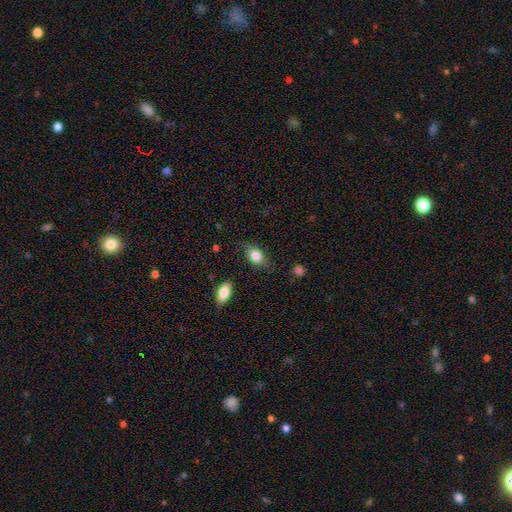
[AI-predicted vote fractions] smooth_or_featured: smooth (p=0.81) [alt: featured or disk p=0.11]
how_rounded: in between (p=0.82) [alt: round p=0.15]
merging: none (p=0.76) [alt: minor disturbance p=0.18]